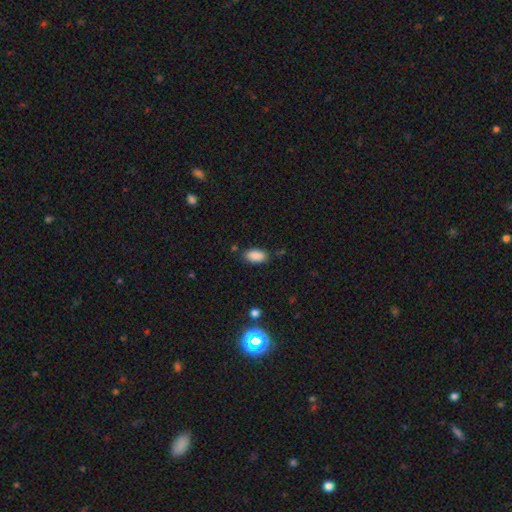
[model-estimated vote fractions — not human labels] Smooth or featured? smooth (88%)
How rounded? in between (93%)
Merging? none (81%)